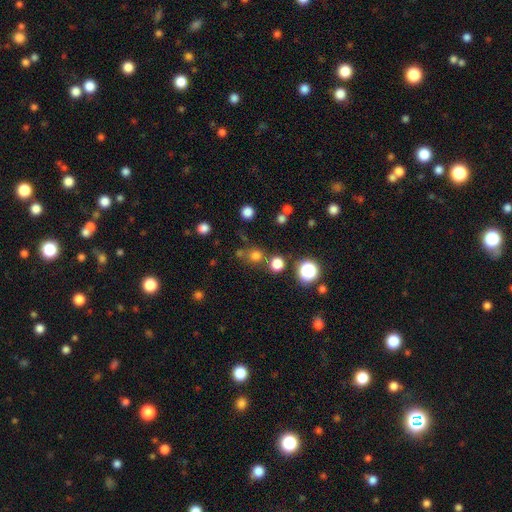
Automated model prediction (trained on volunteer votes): A smooth galaxy with no disk features (72%) that is round (89%).

Vote fractions:
- Smooth or featured? smooth: 72% / star or artifact: 22% / featured or disk: 6%
- How rounded? round: 89% / in between: 10% / cigar-shaped: 1%
- Merging? none: 71% / merger: 16% / minor disturbance: 9% / major disturbance: 4%